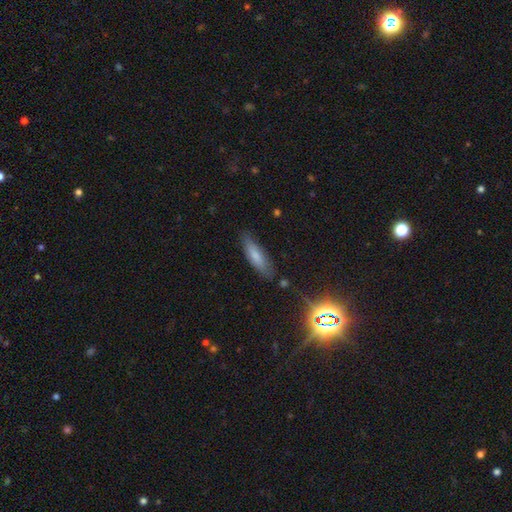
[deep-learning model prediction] Smooth or featured? Predicted: smooth (p=0.72). How rounded? Predicted: cigar-shaped (p=0.60). Merging? Predicted: none (p=0.80).